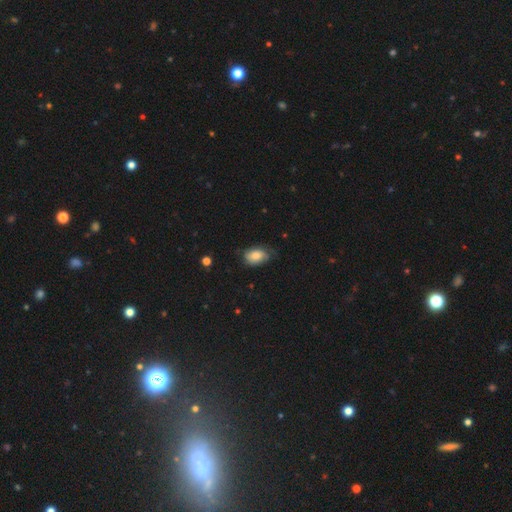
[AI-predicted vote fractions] smooth 73%, featured or disk 20%, star or artifact 7%. Down the decision tree: how rounded — in between (87%); merging — none (54%).